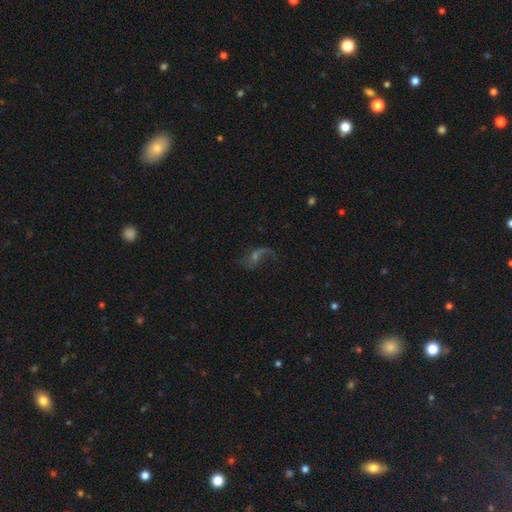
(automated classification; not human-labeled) The model was most divided on "bar": no: 55%, weak: 35%, strong: 10%. More confident: edge-on disk — no (95%); spiral arms — yes (88%); spiral winding — loose (82%); smooth or featured — featured or disk (69%); spiral arm count — 2 (64%); merging — none (55%); bulge size — small (54%).